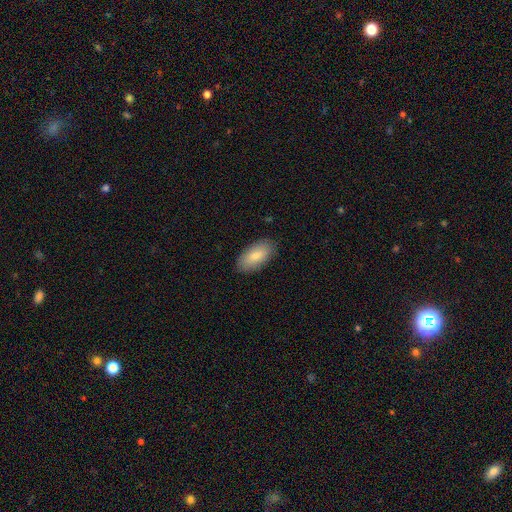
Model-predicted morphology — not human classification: type=smooth (83%); roundness=in between (92%); merging=none (87%).